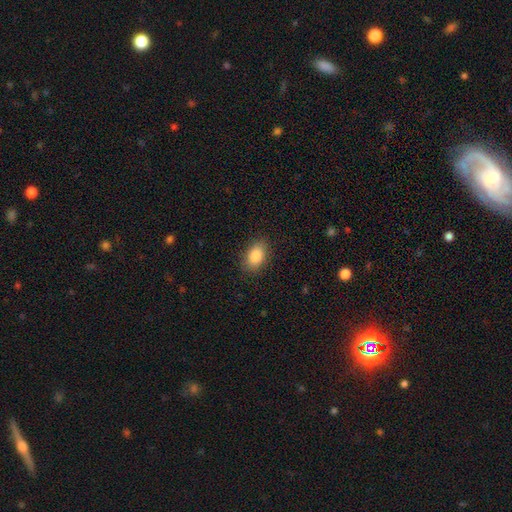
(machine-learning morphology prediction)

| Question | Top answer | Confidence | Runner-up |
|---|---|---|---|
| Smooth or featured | smooth | 87% | star or artifact (7%) |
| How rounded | in between | 86% | round (12%) |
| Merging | none | 86% | minor disturbance (10%) |